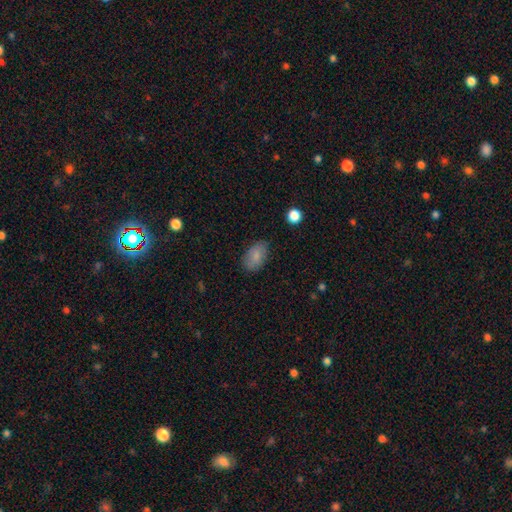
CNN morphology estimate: Smooth or featured? smooth (83%)
How rounded? in between (91%)
Merging? none (81%)